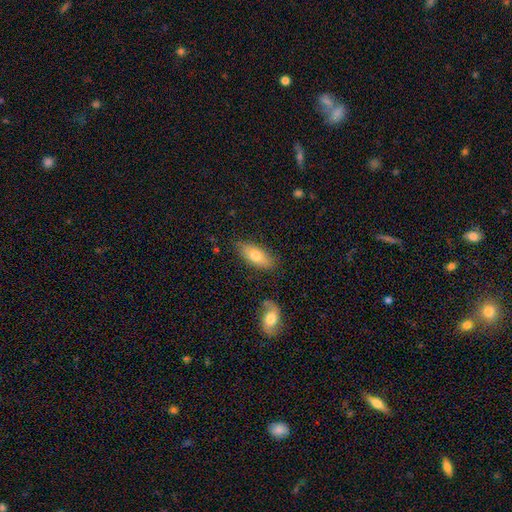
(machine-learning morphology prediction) smooth 71%, featured or disk 22%, star or artifact 6%. Down the decision tree: how rounded — in between (81%); merging — none (81%).